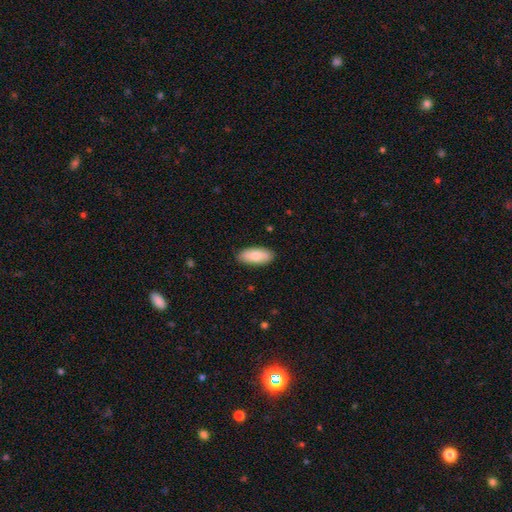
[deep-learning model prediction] A smooth galaxy with no disk features (81%) that is in between round and cigar-shaped (89%).

Vote fractions:
- Smooth or featured? smooth: 81% / featured or disk: 14% / star or artifact: 6%
- How rounded? in between: 89% / cigar-shaped: 8% / round: 2%
- Merging? none: 88% / minor disturbance: 10% / major disturbance: 2% / merger: 1%